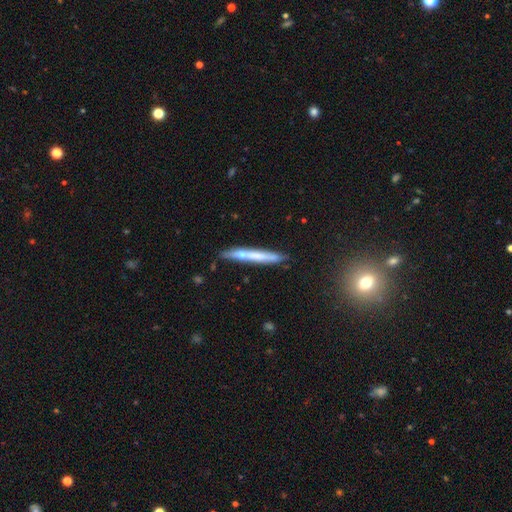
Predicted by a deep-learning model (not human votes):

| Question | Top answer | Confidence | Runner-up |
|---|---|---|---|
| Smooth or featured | smooth | 52% | featured or disk (41%) |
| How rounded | cigar-shaped | 96% | in between (3%) |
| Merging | none | 80% | minor disturbance (14%) |